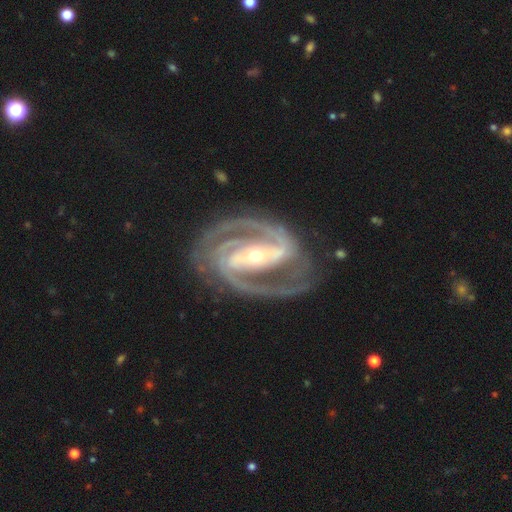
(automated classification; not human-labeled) Q: Smooth or featured?
A: featured or disk (94%); runner-up: star or artifact (4%)
Q: Edge-on disk?
A: no (97%); runner-up: yes (3%)
Q: Bar?
A: strong (58%); runner-up: weak (27%)
Q: Spiral arms?
A: yes (99%); runner-up: no (1%)
Q: Spiral winding?
A: tight (52%); runner-up: medium (42%)
Q: Spiral arm count?
A: 2 (66%); runner-up: 3 (20%)
Q: Bulge size?
A: moderate (56%); runner-up: small (39%)
Q: Merging?
A: none (74%); runner-up: minor disturbance (16%)